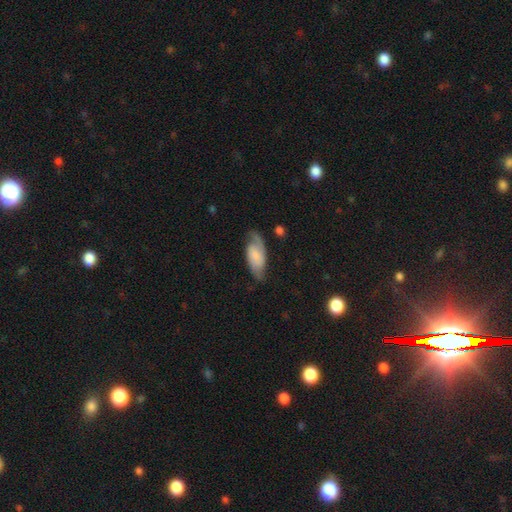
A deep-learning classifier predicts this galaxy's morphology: This is possibly a featured or disk galaxy (51%). It is clearly not viewed edge-on (90%). Merging: likely none (62%).